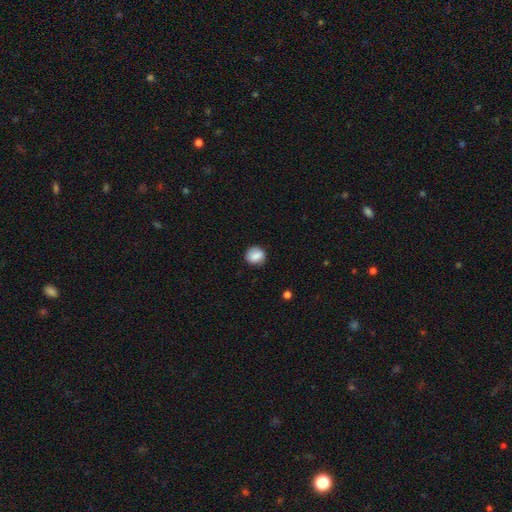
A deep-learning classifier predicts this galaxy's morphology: The model was most divided on "how rounded": round: 80%, in between: 19%, cigar-shaped: 1%. More confident: smooth or featured — smooth (82%); merging — none (82%).